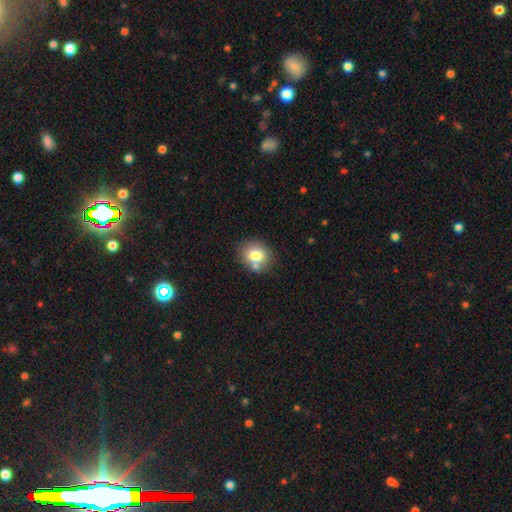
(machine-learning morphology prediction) Overall: smooth (77%). How rounded: round (70%). Merging: none (69%).